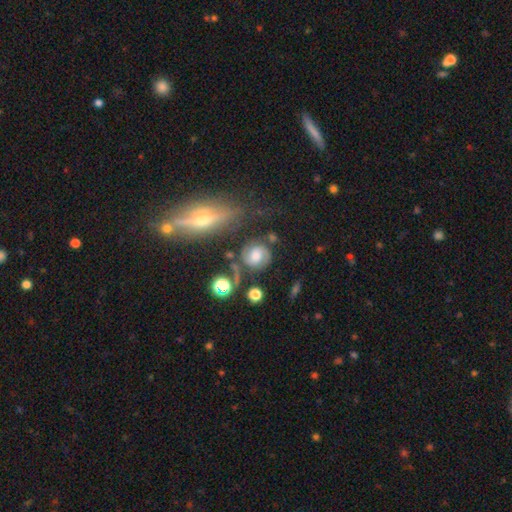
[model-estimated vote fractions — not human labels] A featured or disk galaxy (54%) with no bar (57%), spiral arms (83%) and a moderate central bulge (51%). Merging: none (61%).